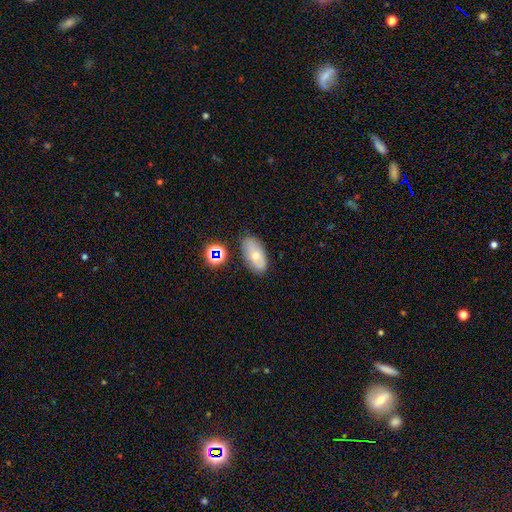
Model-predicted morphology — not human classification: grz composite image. It shows a smooth galaxy with no disk features (65%) that is in between round and cigar-shaped (91%). Merging: none (77%).